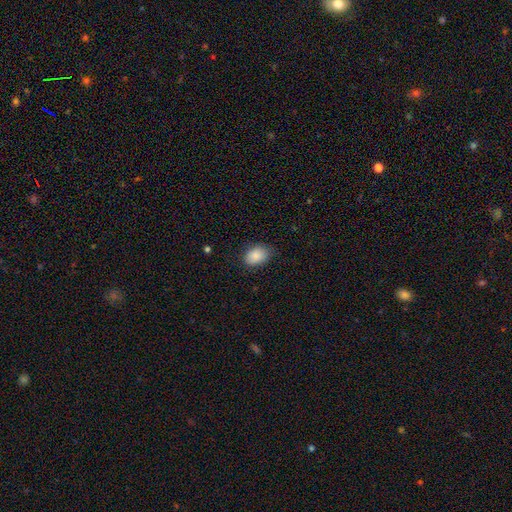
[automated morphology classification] Smooth or featured?
  - smooth: 88% *
  - star or artifact: 7%
  - featured or disk: 5%
How rounded?
  - in between: 82% *
  - round: 17%
  - cigar-shaped: 1%
Merging?
  - none: 79% *
  - minor disturbance: 17%
  - major disturbance: 3%
  - merger: 1%